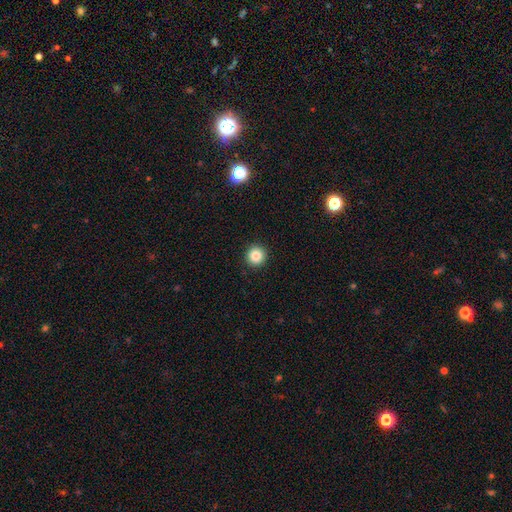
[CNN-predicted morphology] Smooth or featured: smooth — 85% (star or artifact — 11%)
How rounded: round — 95% (in between — 4%)
Merging: none — 93% (minor disturbance — 4%)